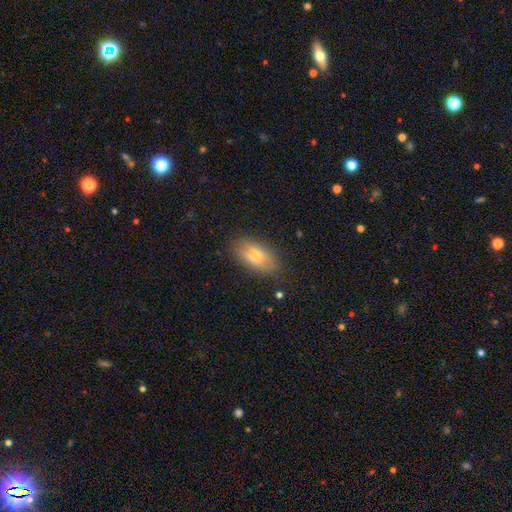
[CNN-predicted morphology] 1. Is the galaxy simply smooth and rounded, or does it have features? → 67% smooth, 24% featured or disk, 9% star or artifact.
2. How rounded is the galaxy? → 88% in between, 6% round, 5% cigar-shaped.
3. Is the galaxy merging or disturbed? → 81% none, 15% minor disturbance, 3% major disturbance, 1% merger.